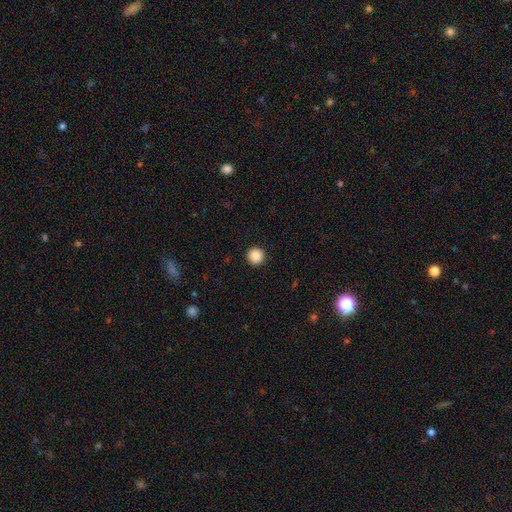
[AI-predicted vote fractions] Q: Smooth or featured?
A: smooth (89%); runner-up: star or artifact (9%)
Q: How rounded?
A: round (96%); runner-up: in between (3%)
Q: Merging?
A: none (93%); runner-up: minor disturbance (4%)